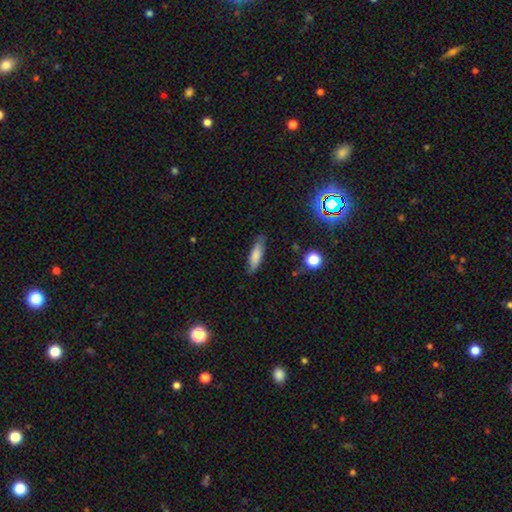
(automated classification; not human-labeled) The model was most divided on "how rounded": cigar-shaped: 62%, in between: 36%, round: 2%. More confident: merging — none (82%); smooth or featured — smooth (76%).